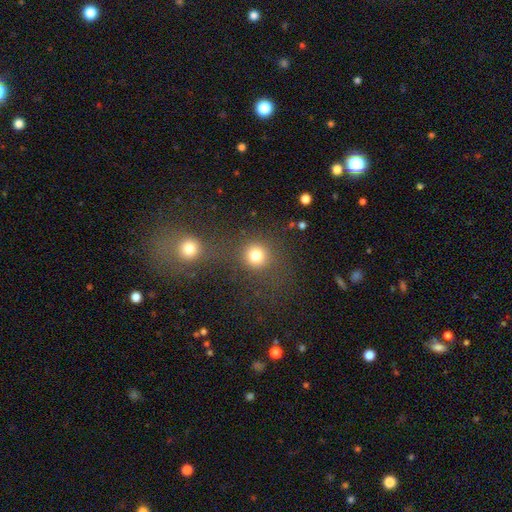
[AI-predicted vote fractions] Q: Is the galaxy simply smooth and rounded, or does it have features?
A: smooth — 79%.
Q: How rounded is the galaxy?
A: round — 89%.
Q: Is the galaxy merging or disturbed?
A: none — 69%.